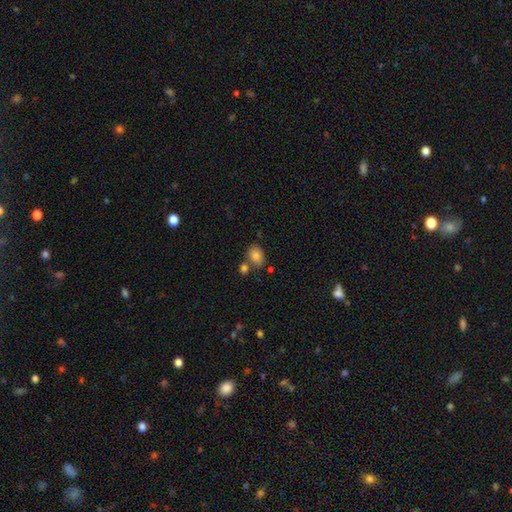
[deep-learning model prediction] A smooth galaxy with no disk features (81%) that is in between round and cigar-shaped (70%).

Vote fractions:
- Smooth or featured? smooth: 81% / featured or disk: 9% / star or artifact: 9%
- How rounded? in between: 70% / round: 29% / cigar-shaped: 1%
- Merging? none: 62% / merger: 21% / minor disturbance: 13% / major disturbance: 4%